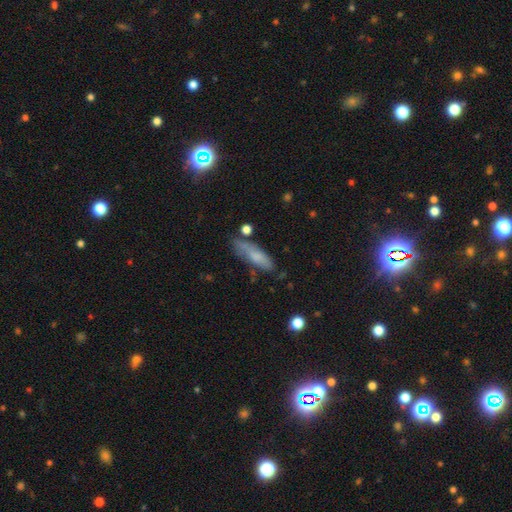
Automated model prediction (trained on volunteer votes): smooth 69%, featured or disk 23%, star or artifact 8%. Down the decision tree: how rounded — cigar-shaped (55%); merging — none (60%).